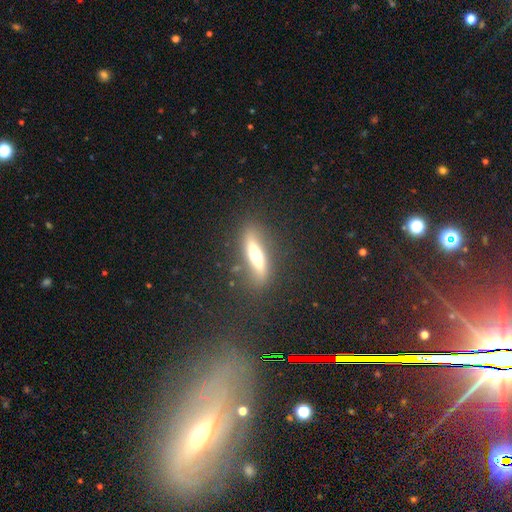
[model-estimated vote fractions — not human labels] Q: Smooth or featured?
A: featured or disk (55%); runner-up: smooth (37%)
Q: Edge-on disk?
A: yes (77%); runner-up: no (23%)
Q: Merging?
A: none (79%); runner-up: minor disturbance (13%)